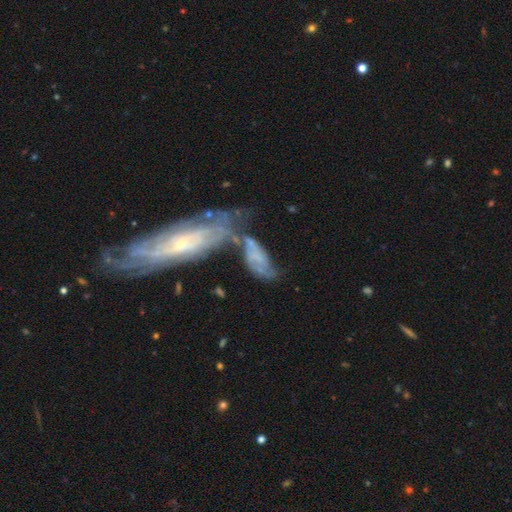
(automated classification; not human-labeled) Morphology: type=featured or disk (57%); edge-on=no (87%); merging=merger (47%).